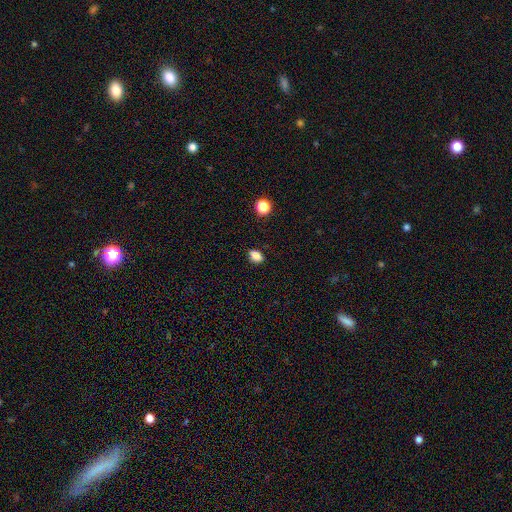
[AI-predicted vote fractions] A smooth galaxy with no disk features (82%) that is in between round and cigar-shaped (80%).

Vote fractions:
- Smooth or featured? smooth: 82% / star or artifact: 11% / featured or disk: 7%
- How rounded? in between: 80% / round: 17% / cigar-shaped: 3%
- Merging? none: 87% / minor disturbance: 10% / major disturbance: 2% / merger: 1%